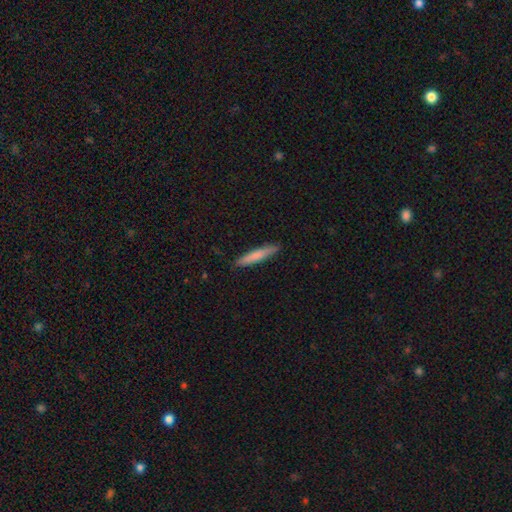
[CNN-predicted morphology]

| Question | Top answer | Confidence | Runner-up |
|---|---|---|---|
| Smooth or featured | smooth | 76% | featured or disk (19%) |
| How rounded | cigar-shaped | 93% | in between (6%) |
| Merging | none | 90% | minor disturbance (8%) |